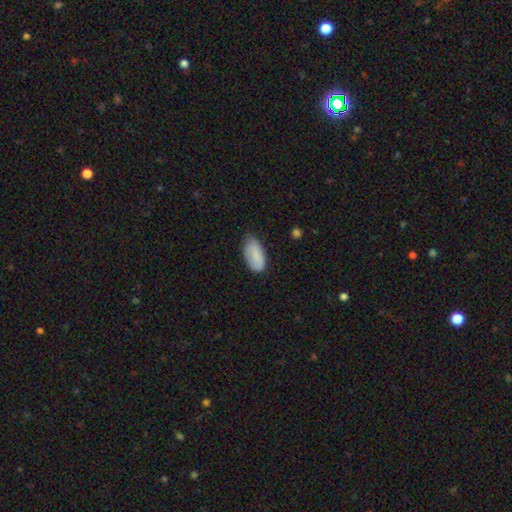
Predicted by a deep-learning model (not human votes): A smooth galaxy with no disk features (82%) that is in between round and cigar-shaped (94%). Merging: none (61%).